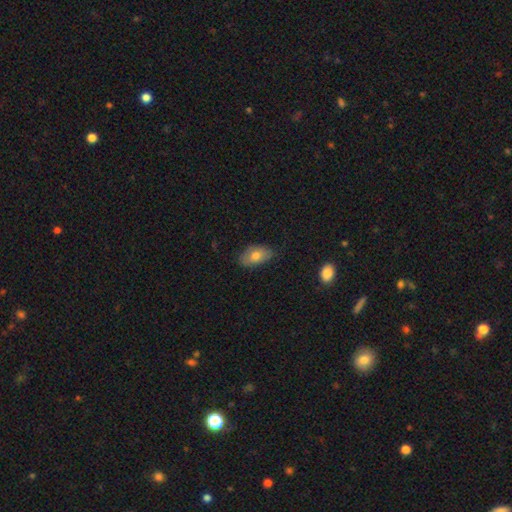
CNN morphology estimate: Smooth or featured? Predicted: smooth (p=0.74). How rounded? Predicted: in between (p=0.91). Merging? Predicted: none (p=0.75).